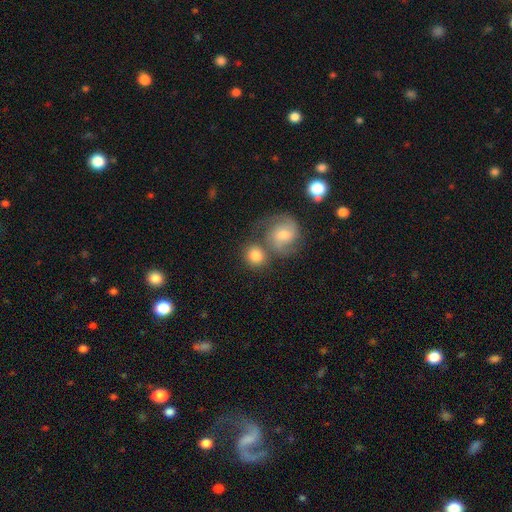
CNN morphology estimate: The model was most divided on "merging": none: 52%, merger: 32%, minor disturbance: 11%, major disturbance: 5%. More confident: how rounded — round (83%); smooth or featured — smooth (73%).